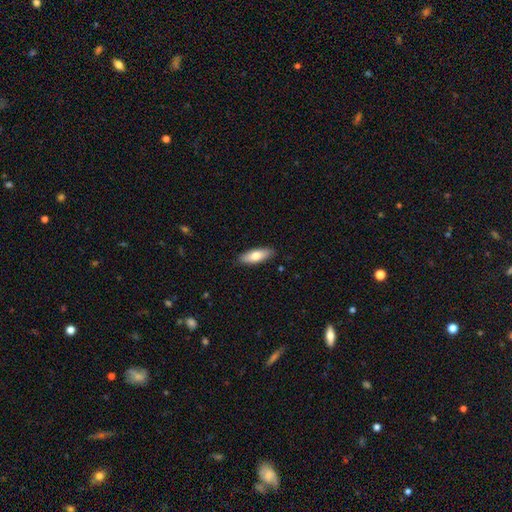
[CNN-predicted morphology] Q: Smooth or featured?
A: smooth (74%); runner-up: featured or disk (20%)
Q: How rounded?
A: in between (65%); runner-up: cigar-shaped (33%)
Q: Merging?
A: none (88%); runner-up: minor disturbance (9%)